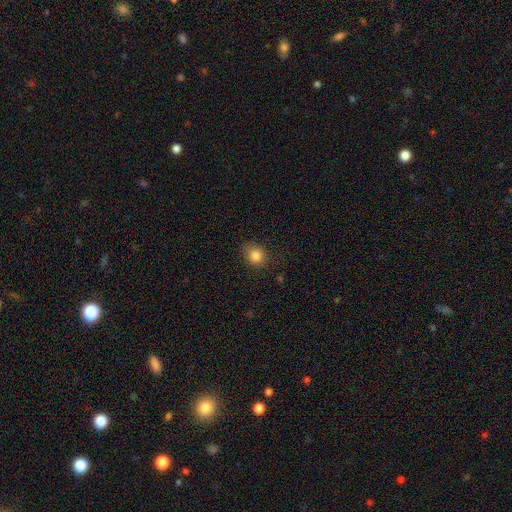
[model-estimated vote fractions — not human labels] This is clearly a smooth galaxy (84%). How rounded: likely round (71%). Merging: likely none (80%).